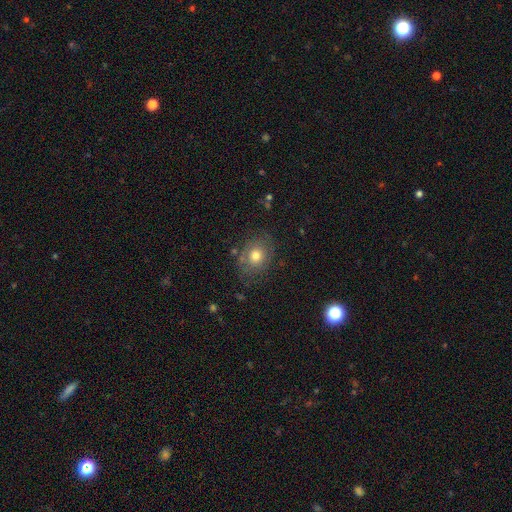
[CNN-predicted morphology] Smooth or featured?
  - smooth: 64% *
  - featured or disk: 25%
  - star or artifact: 11%
How rounded?
  - round: 56% *
  - in between: 43%
  - cigar-shaped: 1%
Merging?
  - none: 76% *
  - minor disturbance: 15%
  - major disturbance: 6%
  - merger: 2%